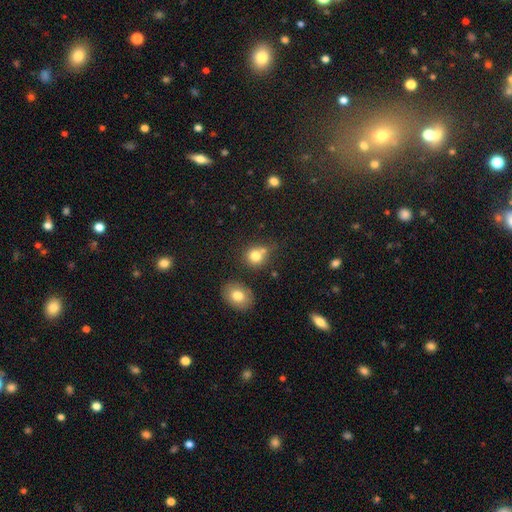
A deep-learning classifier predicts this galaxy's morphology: Smooth or featured? Predicted: smooth (p=0.79). How rounded? Predicted: round (p=0.81). Merging? Predicted: none (p=0.55).